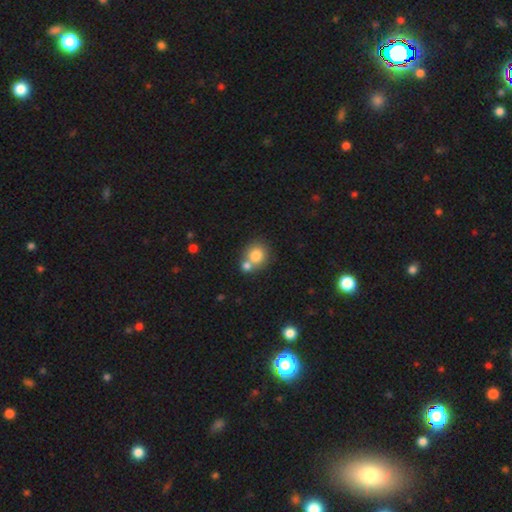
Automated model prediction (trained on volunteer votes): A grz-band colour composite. It shows a smooth galaxy with no disk features (78%) that is round (81%). Merging: none (47%).